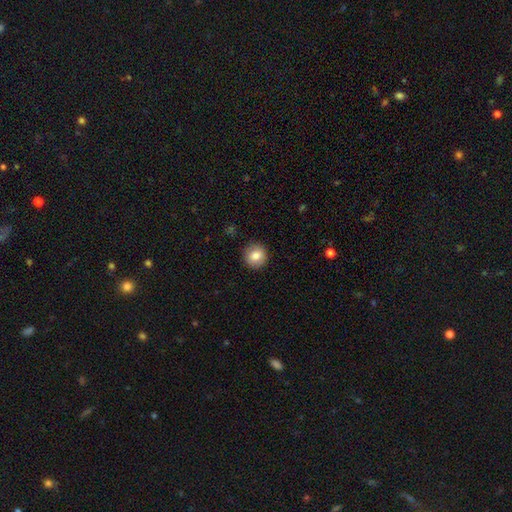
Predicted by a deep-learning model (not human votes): Overall: smooth (83%). How rounded: round (91%). Merging: none (90%).